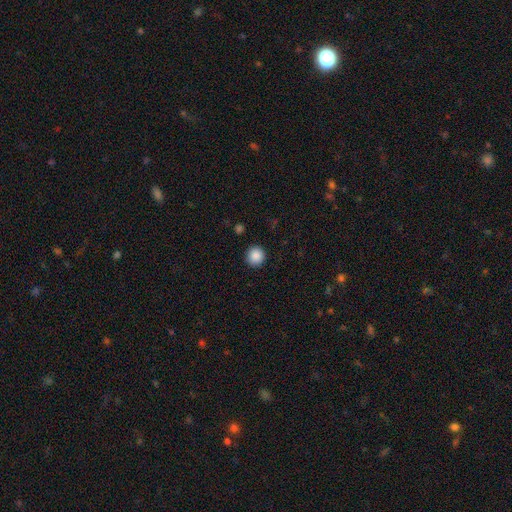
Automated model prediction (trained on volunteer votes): A smooth galaxy with no disk features (88%) that is round (94%). Merging: none (92%).